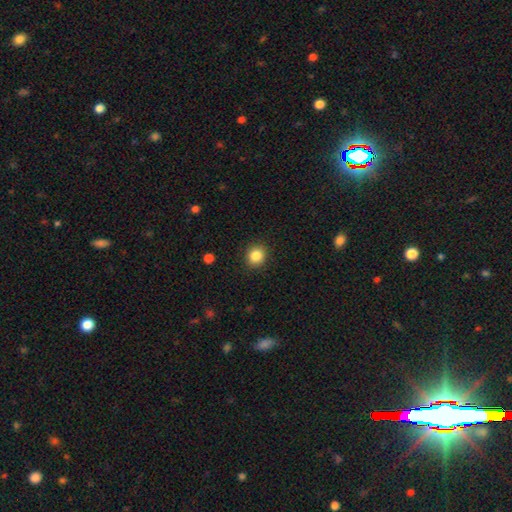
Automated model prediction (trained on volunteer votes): Smooth or featured?
  - smooth: 85% *
  - star or artifact: 10%
  - featured or disk: 5%
How rounded?
  - round: 83% *
  - in between: 16%
  - cigar-shaped: 1%
Merging?
  - none: 91% *
  - minor disturbance: 6%
  - major disturbance: 2%
  - merger: 1%